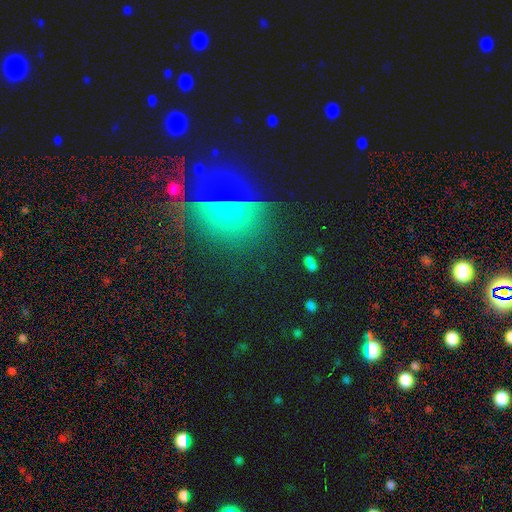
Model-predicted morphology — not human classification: Smooth or featured? Predicted: star or artifact (p=0.45).